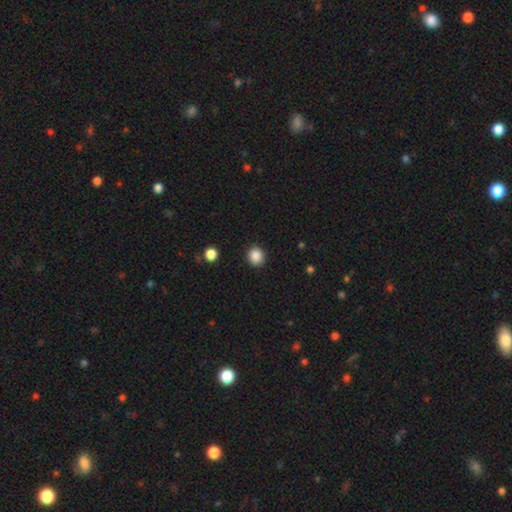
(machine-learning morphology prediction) Smooth or featured?
  - smooth: 87% *
  - star or artifact: 10%
  - featured or disk: 3%
How rounded?
  - round: 87% *
  - in between: 12%
  - cigar-shaped: 1%
Merging?
  - none: 91% *
  - minor disturbance: 6%
  - major disturbance: 2%
  - merger: 1%